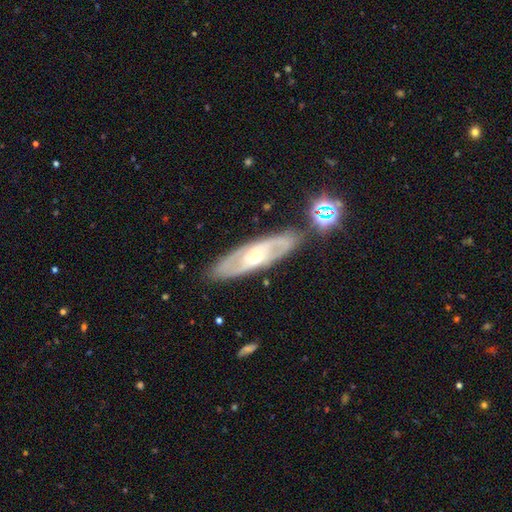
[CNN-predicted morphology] type=featured or disk (78%); edge-on=no (80%); bar=no (55%); spiral arms=yes (77%); bulge=small (50%); merging=none (83%).